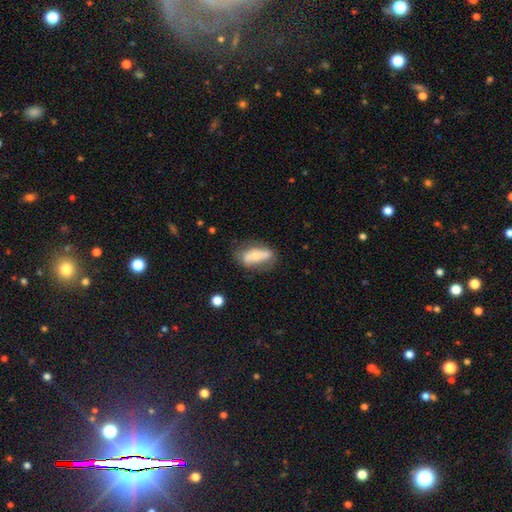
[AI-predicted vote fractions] Smooth or featured?
  - smooth: 51% *
  - featured or disk: 42%
  - star or artifact: 7%
How rounded?
  - in between: 76% *
  - cigar-shaped: 19%
  - round: 5%
Merging?
  - none: 64% *
  - minor disturbance: 23%
  - major disturbance: 10%
  - merger: 4%